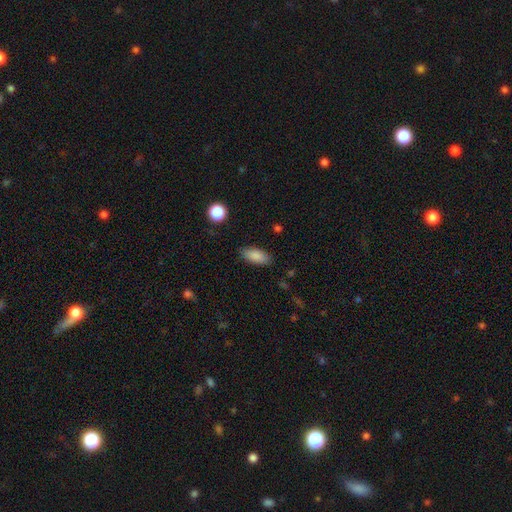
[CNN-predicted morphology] smooth-or-featured: smooth: 87% | star or artifact: 7% | featured or disk: 5%
  how-rounded: in between: 86% | cigar-shaped: 12% | round: 3%
  merging: none: 86% | minor disturbance: 10% | major disturbance: 3% | merger: 1%